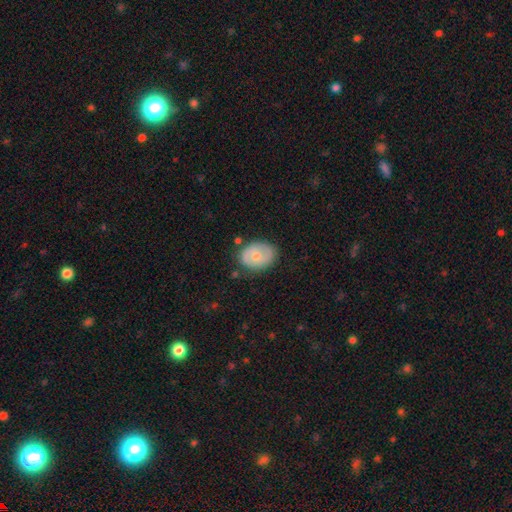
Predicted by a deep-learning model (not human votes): Smooth or featured?
  - smooth: 51% *
  - featured or disk: 43%
  - star or artifact: 6%
How rounded?
  - in between: 63% *
  - round: 36%
  - cigar-shaped: 1%
Merging?
  - none: 74% *
  - minor disturbance: 19%
  - major disturbance: 5%
  - merger: 3%